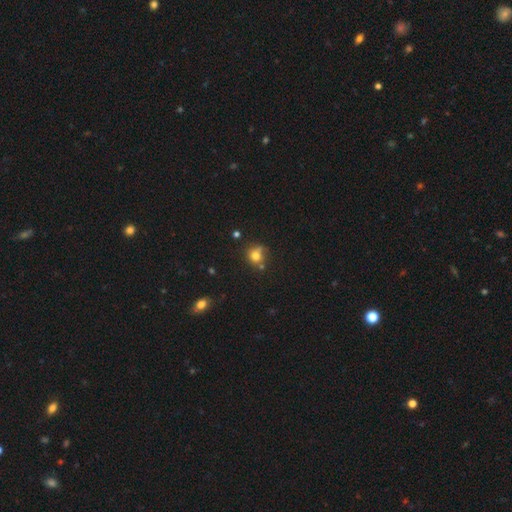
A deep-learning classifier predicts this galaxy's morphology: Q: Smooth or featured?
A: smooth (75%); runner-up: star or artifact (13%)
Q: How rounded?
A: round (79%); runner-up: in between (20%)
Q: Merging?
A: none (52%); runner-up: minor disturbance (23%)